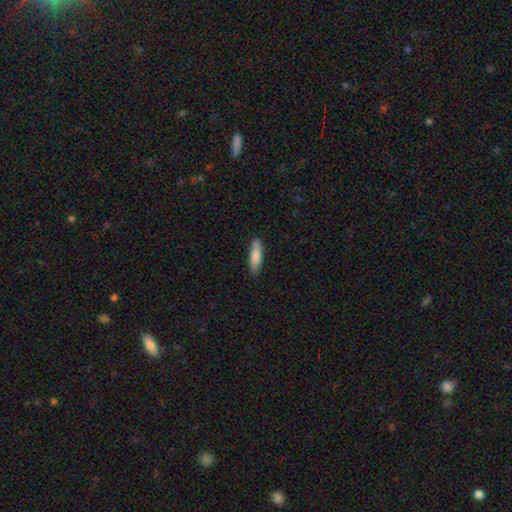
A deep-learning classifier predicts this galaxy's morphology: This is clearly a smooth galaxy (82%). How rounded: likely cigar-shaped (71%). Merging: clearly none (82%).